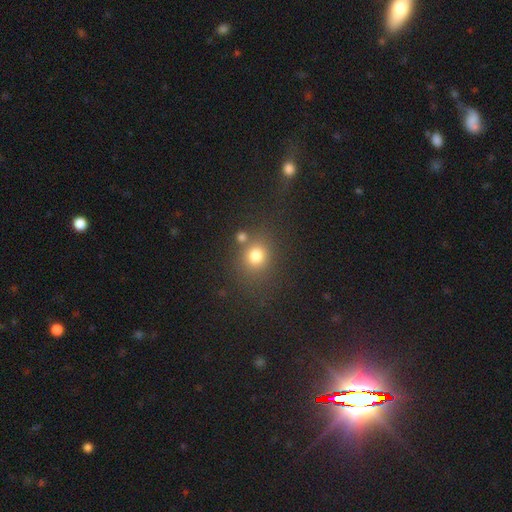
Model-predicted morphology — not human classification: Overall: smooth (76%). How rounded: round (75%). Merging: none (66%).